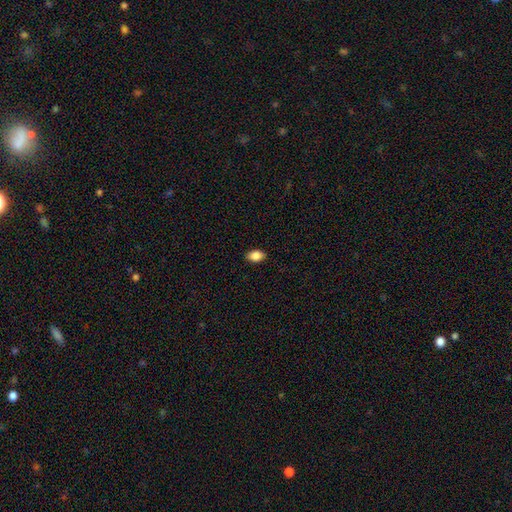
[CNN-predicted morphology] smooth 87%, star or artifact 8%, featured or disk 5%. Down the decision tree: how rounded — in between (88%); merging — none (88%).